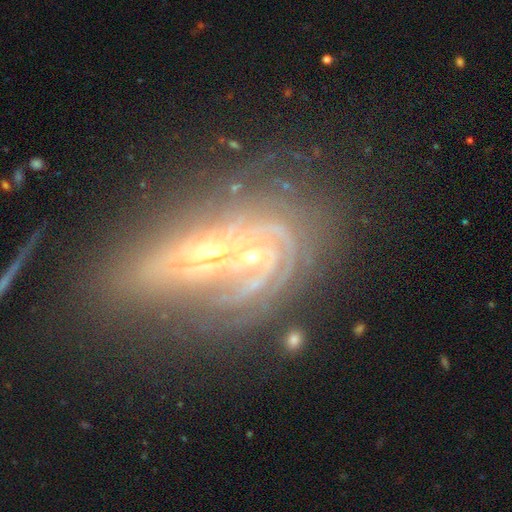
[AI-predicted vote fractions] Overall: featured or disk (80%). Edge-on disk: no (94%). Bar: no (58%; weak 27%). Spiral arms: yes (95%). Spiral arm count: can't tell (25%; 3 24%). Spiral winding: tight (70%). Bulge size: small (67%). Merging: none (48%; merger 26%).